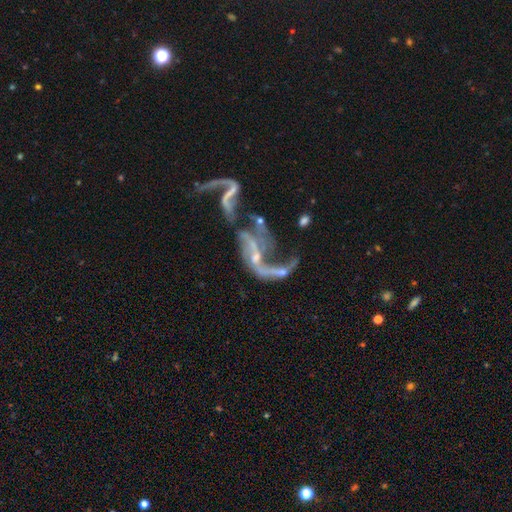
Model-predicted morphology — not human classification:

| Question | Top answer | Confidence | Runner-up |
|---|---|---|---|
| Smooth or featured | featured or disk | 76% | star or artifact (14%) |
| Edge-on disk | no | 96% | yes (4%) |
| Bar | no | 58% | weak (27%) |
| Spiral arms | yes | 65% | no (35%) |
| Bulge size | small | 44% | none (39%) |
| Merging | merger | 56% | major disturbance (28%) |